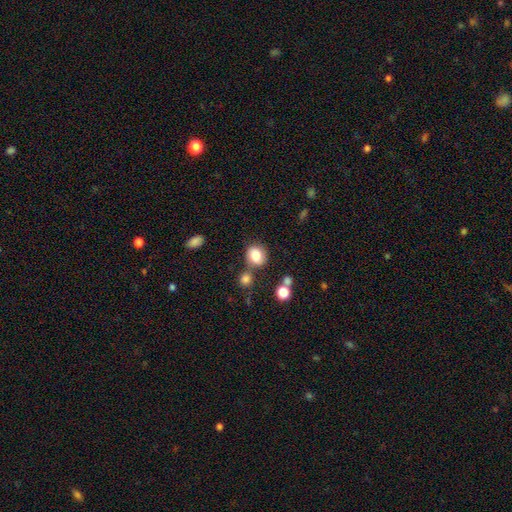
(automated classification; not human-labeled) Q: Smooth or featured?
A: smooth (80%); runner-up: featured or disk (11%)
Q: How rounded?
A: round (64%); runner-up: in between (35%)
Q: Merging?
A: none (62%); runner-up: minor disturbance (17%)